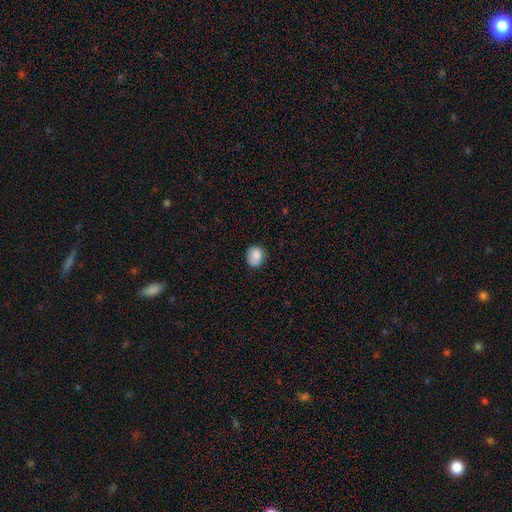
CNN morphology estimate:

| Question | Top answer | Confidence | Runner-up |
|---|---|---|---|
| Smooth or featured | smooth | 85% | star or artifact (9%) |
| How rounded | round | 67% | in between (33%) |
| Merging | none | 76% | minor disturbance (19%) |